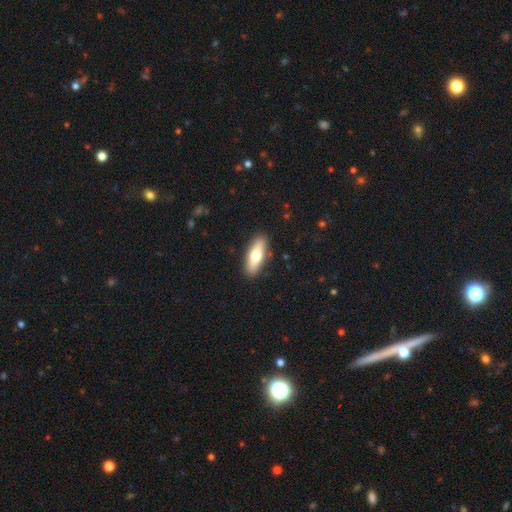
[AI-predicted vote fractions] The model was most divided on "how rounded": in between: 60%, cigar-shaped: 38%, round: 2%. More confident: merging — none (89%); smooth or featured — smooth (66%).